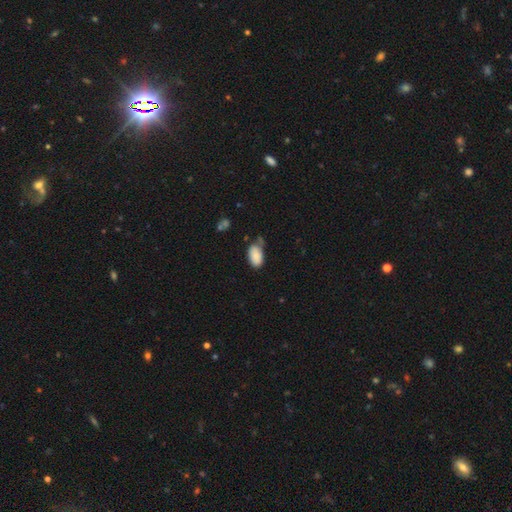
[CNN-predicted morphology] Smooth or featured?
  - smooth: 83% *
  - featured or disk: 10%
  - star or artifact: 7%
How rounded?
  - in between: 94% *
  - round: 5%
  - cigar-shaped: 1%
Merging?
  - none: 50% *
  - minor disturbance: 32%
  - major disturbance: 9%
  - merger: 8%